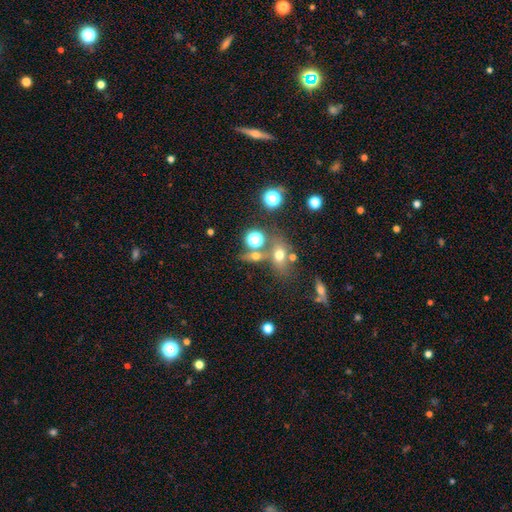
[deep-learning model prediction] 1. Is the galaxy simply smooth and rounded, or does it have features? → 54% smooth, 25% star or artifact, 21% featured or disk.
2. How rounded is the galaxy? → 47% in between, 38% round, 14% cigar-shaped.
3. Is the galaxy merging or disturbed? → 55% none, 27% merger, 11% minor disturbance, 7% major disturbance.